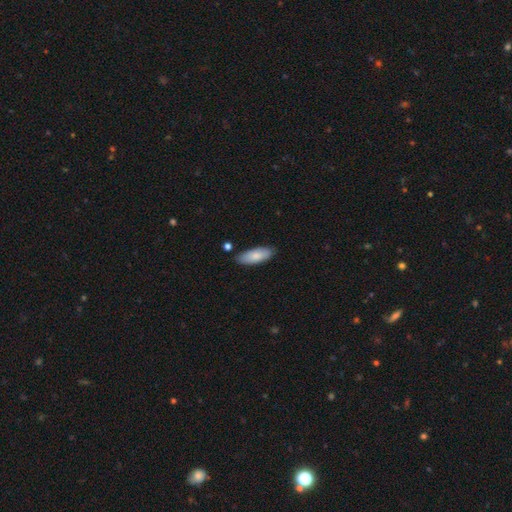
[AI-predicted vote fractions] Overall: smooth (82%). How rounded: in between (72%). Merging: none (83%).